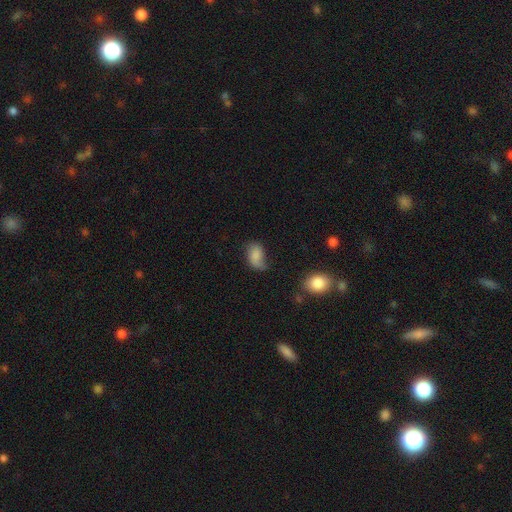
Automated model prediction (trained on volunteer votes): A smooth galaxy with no disk features (75%) that is in between round and cigar-shaped (88%). Merging: none (44%).